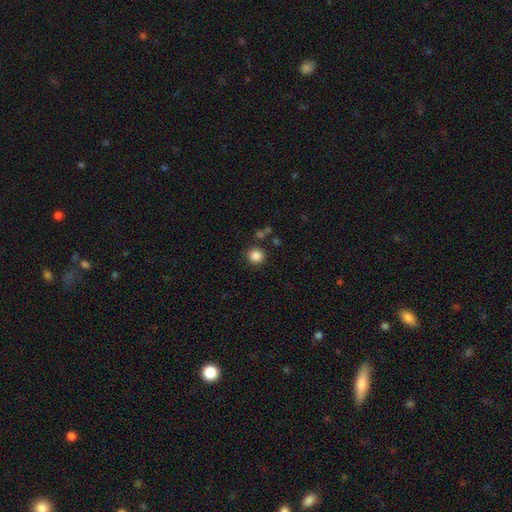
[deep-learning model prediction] smooth-or-featured: smooth: 85% | star or artifact: 11% | featured or disk: 4%
  how-rounded: round: 91% | in between: 8% | cigar-shaped: 1%
  merging: none: 86% | minor disturbance: 7% | merger: 4% | major disturbance: 3%